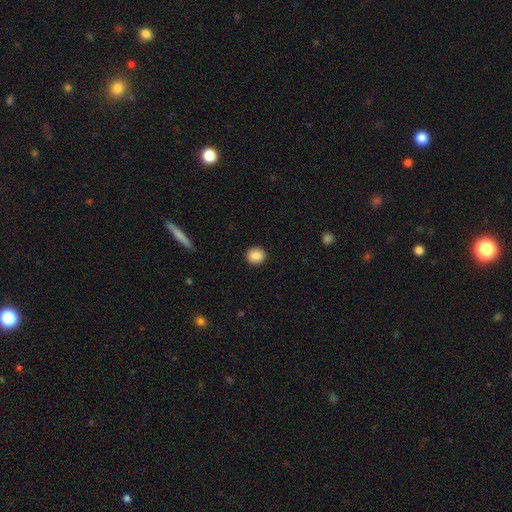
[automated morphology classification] smooth_or_featured: smooth (p=0.88) [alt: star or artifact p=0.08]
how_rounded: round (p=0.76) [alt: in between p=0.23]
merging: none (p=0.90) [alt: minor disturbance p=0.07]